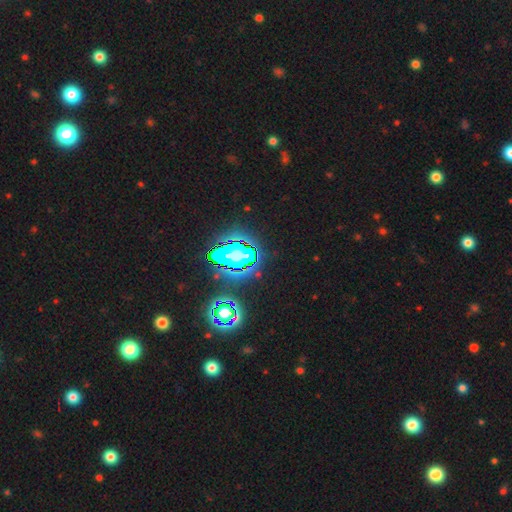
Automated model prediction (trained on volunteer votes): A star or artifact, not a galaxy (83%).